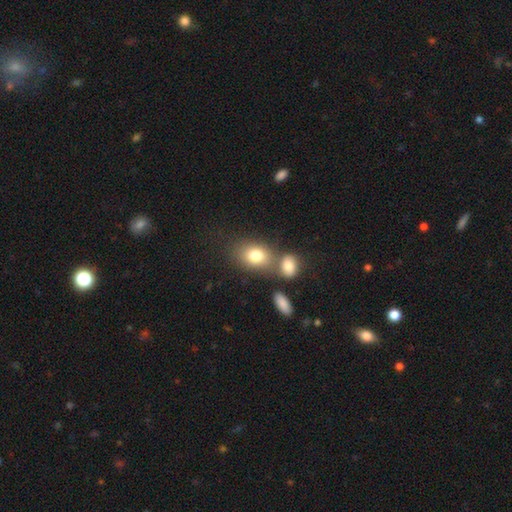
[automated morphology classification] smooth_or_featured: smooth (p=0.79) [alt: featured or disk p=0.11]
how_rounded: in between (p=0.68) [alt: round p=0.31]
merging: none (p=0.55) [alt: merger p=0.28]